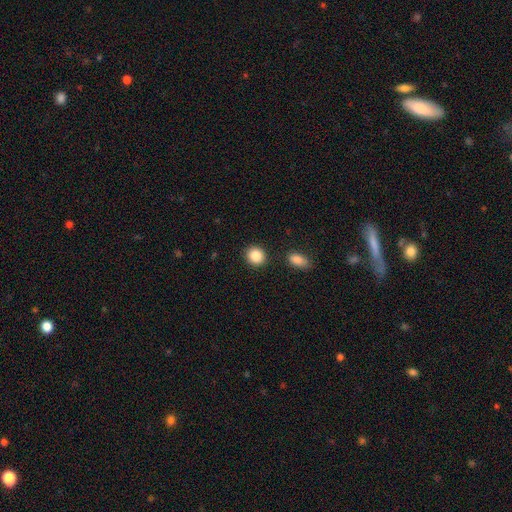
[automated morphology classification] A smooth galaxy with no disk features (87%) that is round (81%).

Vote fractions:
- Smooth or featured? smooth: 87% / star or artifact: 8% / featured or disk: 5%
- How rounded? round: 81% / in between: 18% / cigar-shaped: 1%
- Merging? none: 87% / minor disturbance: 7% / merger: 4% / major disturbance: 2%